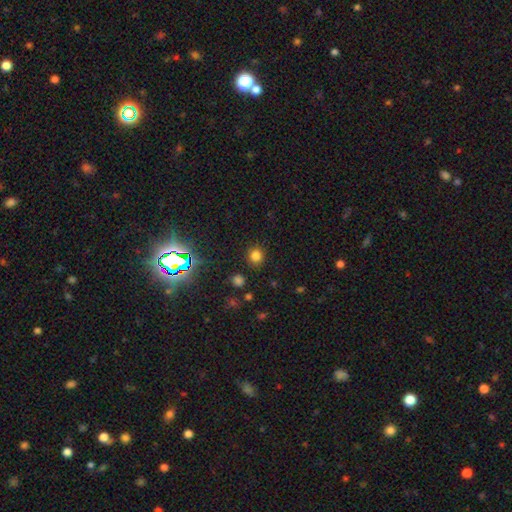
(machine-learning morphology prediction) This appears to be a smooth galaxy with no disk features (77%) that is round (86%). Merging: none (88%).